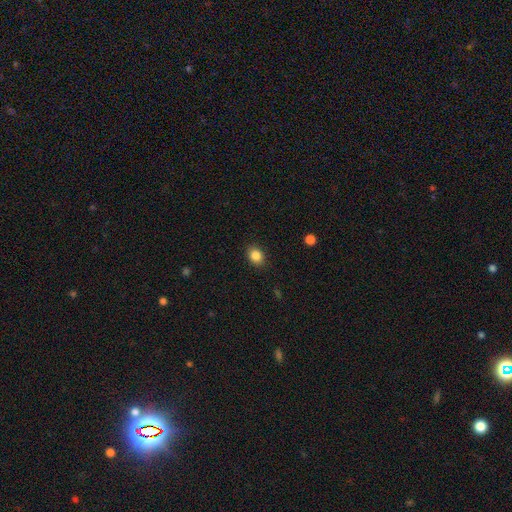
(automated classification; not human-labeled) Smooth or featured? Predicted: smooth (p=0.86). How rounded? Predicted: in between (p=0.52). Merging? Predicted: none (p=0.89).